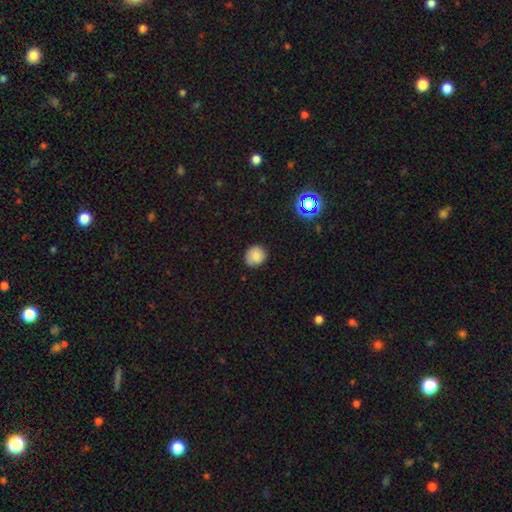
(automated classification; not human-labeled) Smooth or featured? smooth (83%)
How rounded? round (85%)
Merging? none (84%)